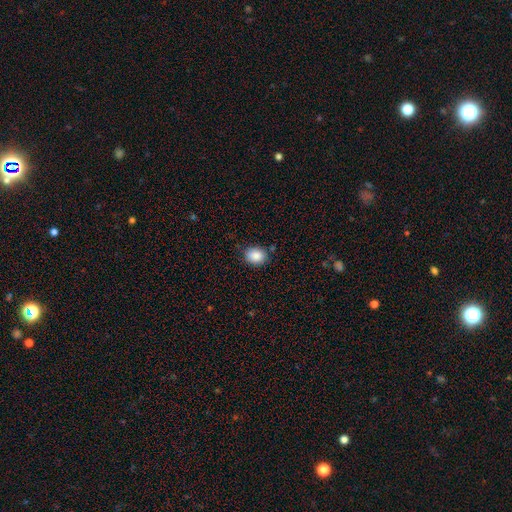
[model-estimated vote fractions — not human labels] Smooth or featured? Predicted: smooth (p=0.87). How rounded? Predicted: in between (p=0.50). Merging? Predicted: none (p=0.80).